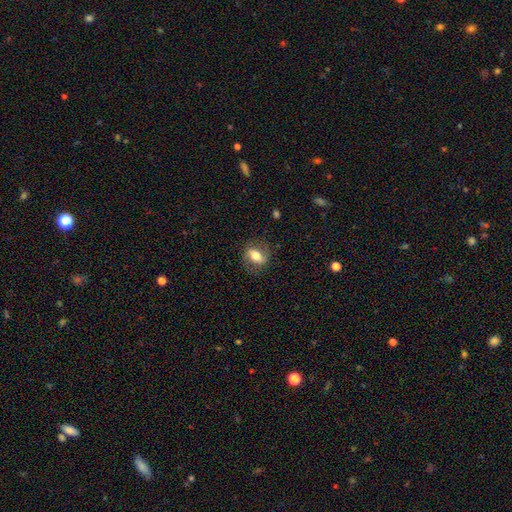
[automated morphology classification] Smooth or featured: smooth — 57% (featured or disk — 35%)
How rounded: in between — 73% (round — 22%)
Merging: none — 75% (minor disturbance — 17%)